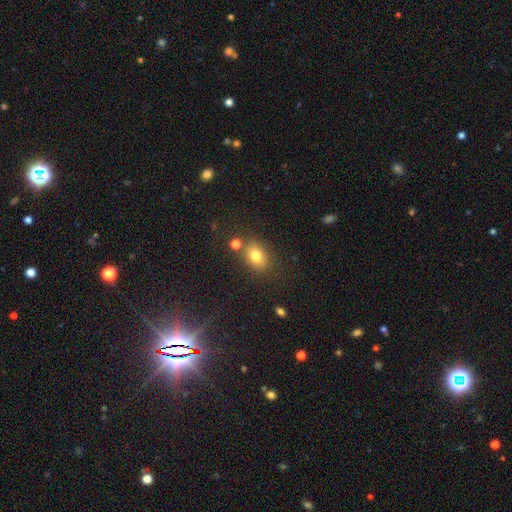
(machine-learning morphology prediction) This is likely a smooth galaxy (78%). How rounded: likely in between (65%). Merging: likely none (74%).